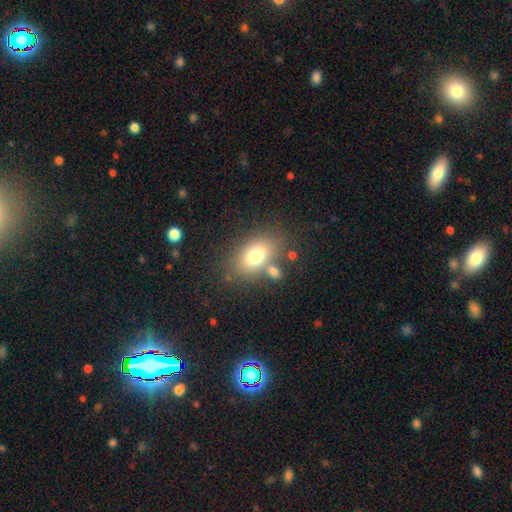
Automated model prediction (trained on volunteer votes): Smooth or featured: smooth — 74% (featured or disk — 15%)
How rounded: in between — 82% (round — 16%)
Merging: none — 68% (merger — 14%)